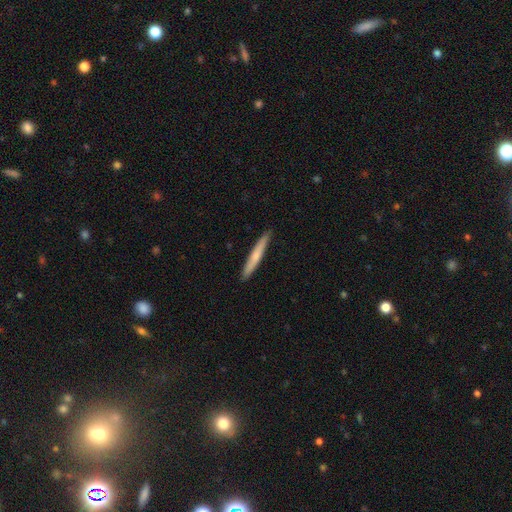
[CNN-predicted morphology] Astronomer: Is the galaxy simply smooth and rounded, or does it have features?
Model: smooth — 61%.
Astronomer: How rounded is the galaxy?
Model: cigar-shaped — 96%.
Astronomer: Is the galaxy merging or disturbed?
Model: none — 92%.